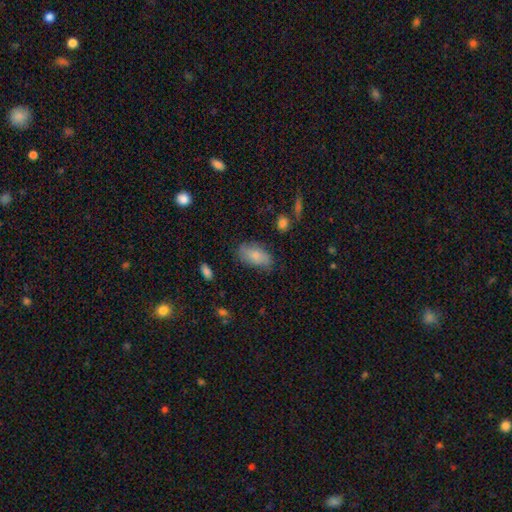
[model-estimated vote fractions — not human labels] Morphology: type=smooth (80%); roundness=in between (91%); merging=none (72%).